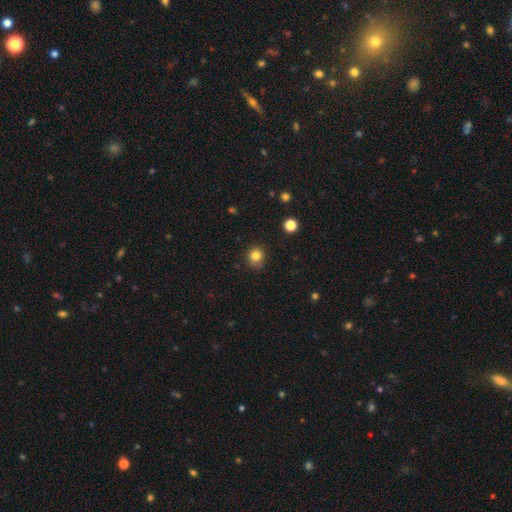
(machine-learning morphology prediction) This appears to be a smooth galaxy with no disk features (82%) that is round (84%). Merging: none (81%).